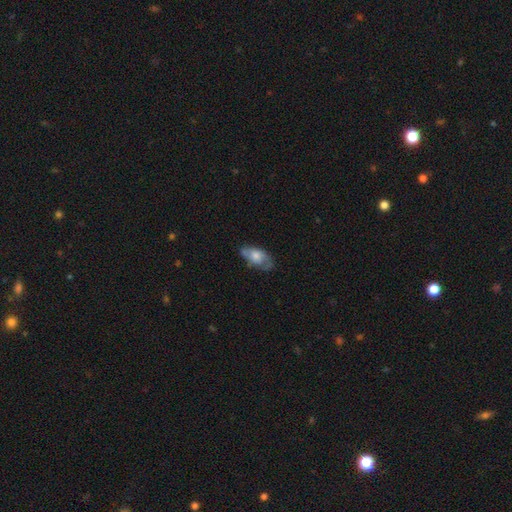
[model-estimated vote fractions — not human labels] smooth-or-featured: smooth: 55% | featured or disk: 38% | star or artifact: 7%
  how-rounded: in between: 89% | cigar-shaped: 6% | round: 5%
  merging: none: 56% | minor disturbance: 30% | major disturbance: 11% | merger: 3%